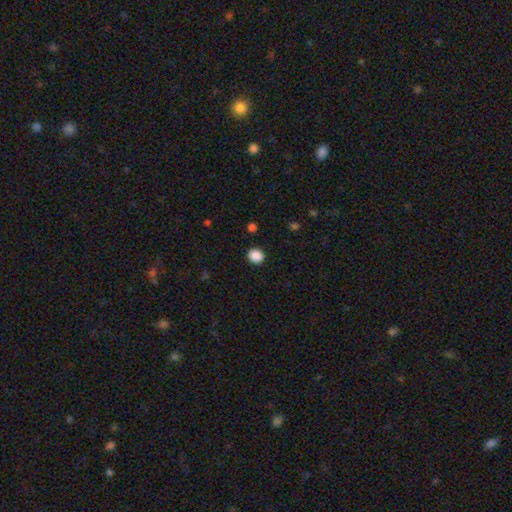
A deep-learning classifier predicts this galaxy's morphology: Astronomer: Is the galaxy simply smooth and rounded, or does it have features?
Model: smooth — 88%.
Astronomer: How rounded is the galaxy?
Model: round — 81%.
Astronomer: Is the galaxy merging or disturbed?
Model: none — 91%.